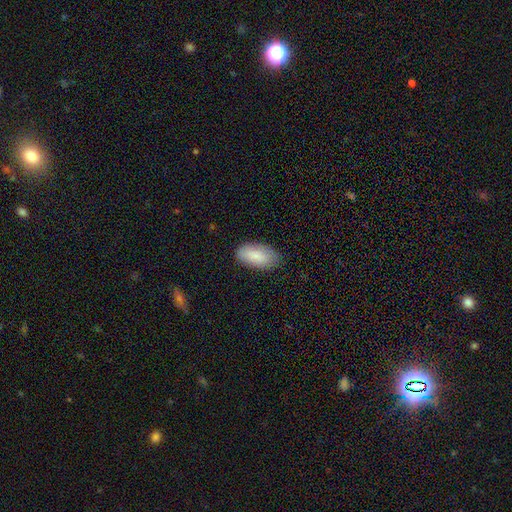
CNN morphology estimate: Q: Smooth or featured?
A: smooth (86%); runner-up: featured or disk (8%)
Q: How rounded?
A: in between (94%); runner-up: cigar-shaped (4%)
Q: Merging?
A: none (82%); runner-up: minor disturbance (14%)